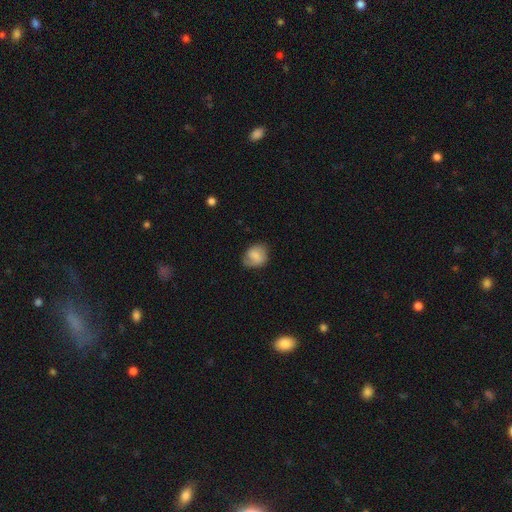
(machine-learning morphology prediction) This is likely a smooth galaxy (68%). How rounded: likely round (62%). Merging: possibly none (59%).